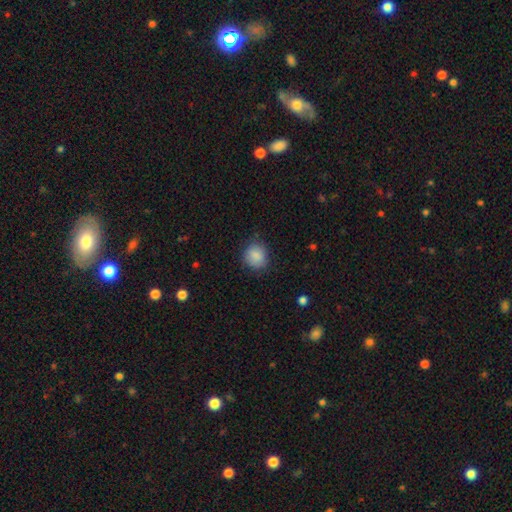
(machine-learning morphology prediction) Smooth or featured? smooth (87%)
How rounded? round (76%)
Merging? none (79%)